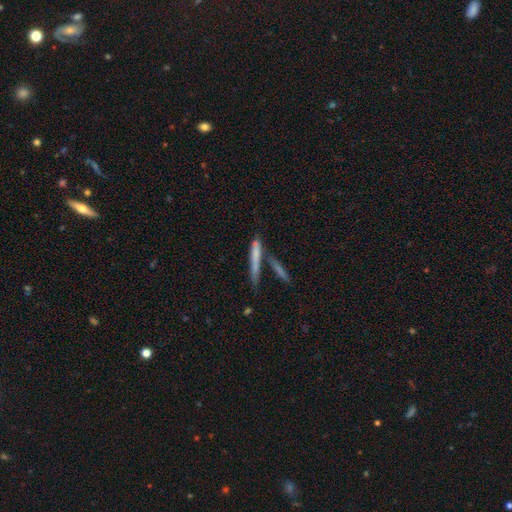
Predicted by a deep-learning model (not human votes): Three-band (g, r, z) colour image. It shows a smooth galaxy with no disk features (59%) that is cigar-shaped (90%). Merging: none (51%).